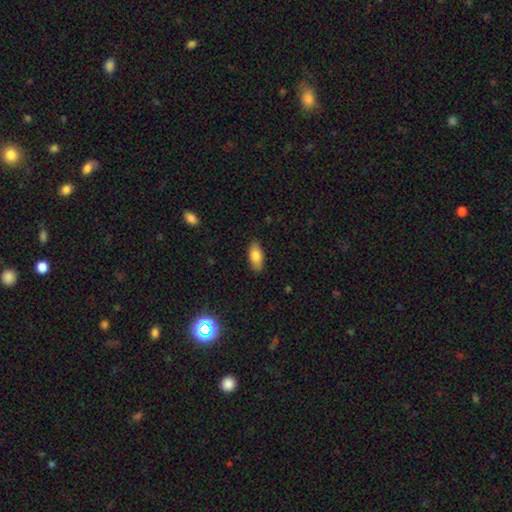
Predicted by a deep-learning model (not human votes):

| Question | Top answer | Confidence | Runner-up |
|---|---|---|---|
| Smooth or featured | smooth | 79% | featured or disk (13%) |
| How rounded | in between | 87% | cigar-shaped (11%) |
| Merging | none | 87% | minor disturbance (10%) |